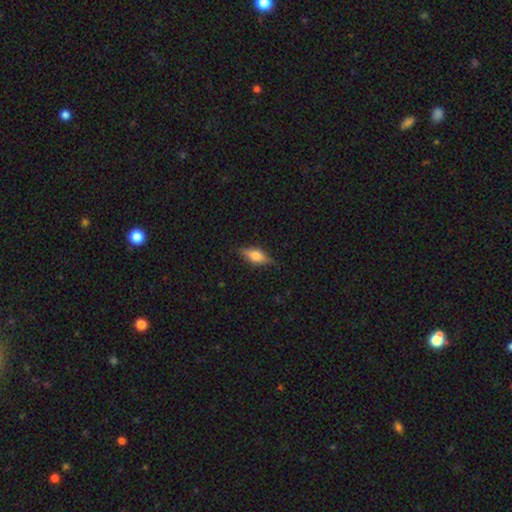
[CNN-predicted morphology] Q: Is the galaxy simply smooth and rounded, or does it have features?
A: smooth — 56%.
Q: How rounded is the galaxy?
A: in between — 68%.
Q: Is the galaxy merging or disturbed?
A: none — 82%.